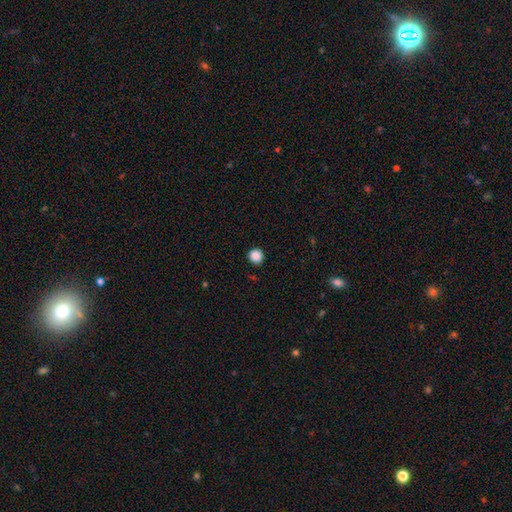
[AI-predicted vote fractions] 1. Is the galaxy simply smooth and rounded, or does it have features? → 88% smooth, 10% star or artifact, 2% featured or disk.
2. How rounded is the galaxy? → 95% round, 4% in between, 1% cigar-shaped.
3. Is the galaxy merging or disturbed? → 92% none, 5% minor disturbance, 2% major disturbance, 1% merger.